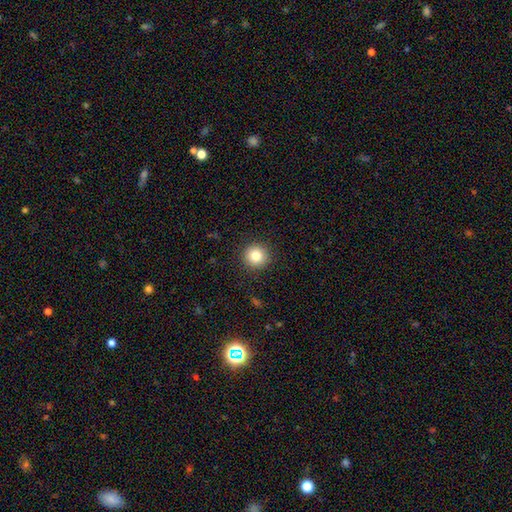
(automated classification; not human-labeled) Smooth or featured?
  - smooth: 82% *
  - star or artifact: 11%
  - featured or disk: 7%
How rounded?
  - round: 94% *
  - in between: 5%
  - cigar-shaped: 1%
Merging?
  - none: 92% *
  - minor disturbance: 5%
  - major disturbance: 2%
  - merger: 1%